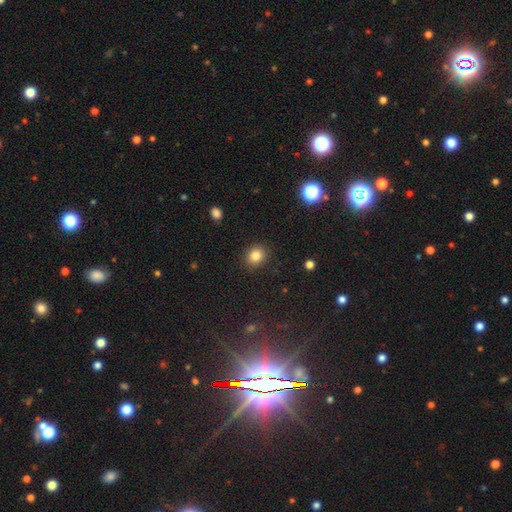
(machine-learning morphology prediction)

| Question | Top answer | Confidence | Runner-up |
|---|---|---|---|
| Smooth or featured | smooth | 83% | star or artifact (11%) |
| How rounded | round | 72% | in between (27%) |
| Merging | none | 89% | minor disturbance (7%) |